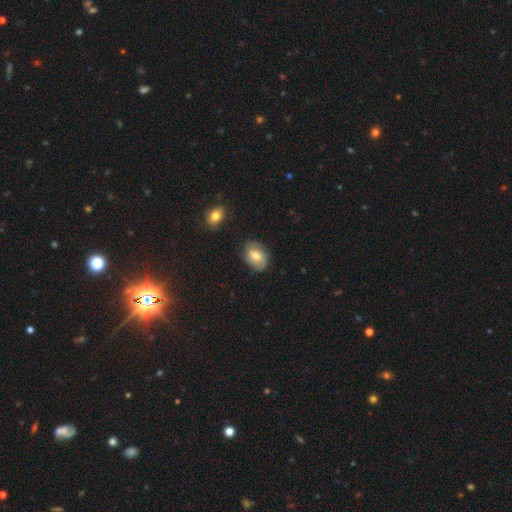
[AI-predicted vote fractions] Smooth or featured?
  - smooth: 56% *
  - featured or disk: 36%
  - star or artifact: 8%
How rounded?
  - in between: 66% *
  - round: 33%
  - cigar-shaped: 1%
Merging?
  - none: 73% *
  - minor disturbance: 20%
  - major disturbance: 5%
  - merger: 2%